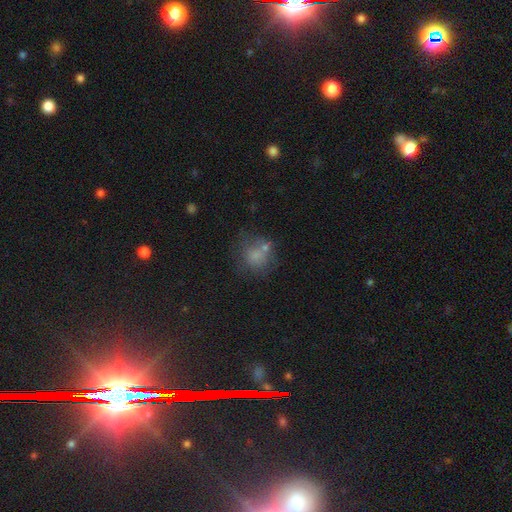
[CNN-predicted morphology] Smooth or featured?
  - smooth: 70% *
  - featured or disk: 16%
  - star or artifact: 15%
How rounded?
  - round: 79% *
  - in between: 20%
  - cigar-shaped: 1%
Merging?
  - none: 53% *
  - minor disturbance: 19%
  - merger: 16%
  - major disturbance: 12%